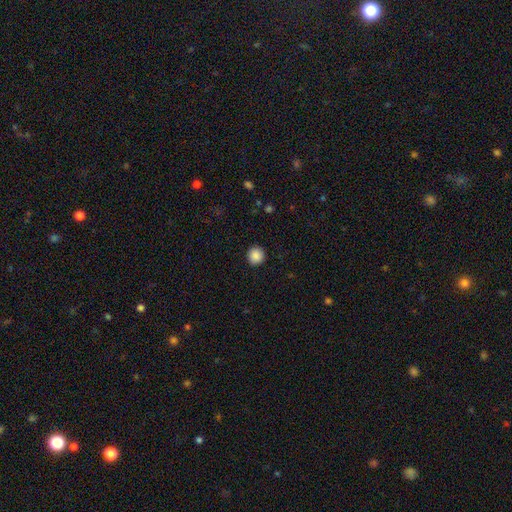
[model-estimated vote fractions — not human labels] smooth_or_featured: smooth (p=0.88) [alt: star or artifact p=0.09]
how_rounded: round (p=0.93) [alt: in between p=0.06]
merging: none (p=0.92) [alt: minor disturbance p=0.05]